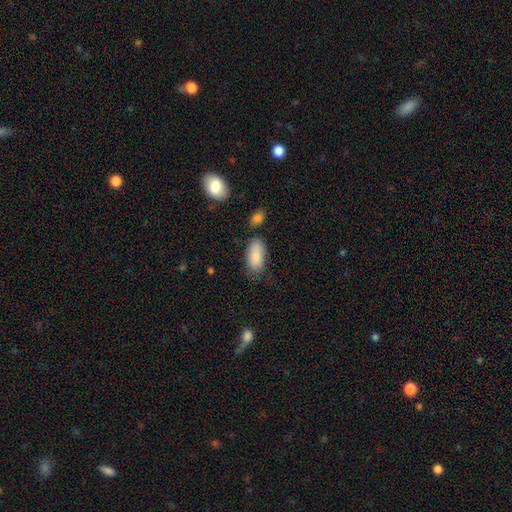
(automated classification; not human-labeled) Smooth or featured? Predicted: smooth (p=0.86). How rounded? Predicted: in between (p=0.92). Merging? Predicted: none (p=0.70).